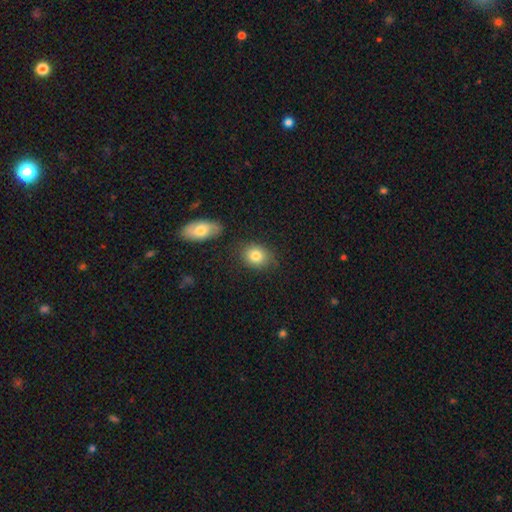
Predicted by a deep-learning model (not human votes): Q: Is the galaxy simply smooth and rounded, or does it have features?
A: smooth — 83%.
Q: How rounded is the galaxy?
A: round — 51%.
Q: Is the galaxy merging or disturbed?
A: none — 76%.